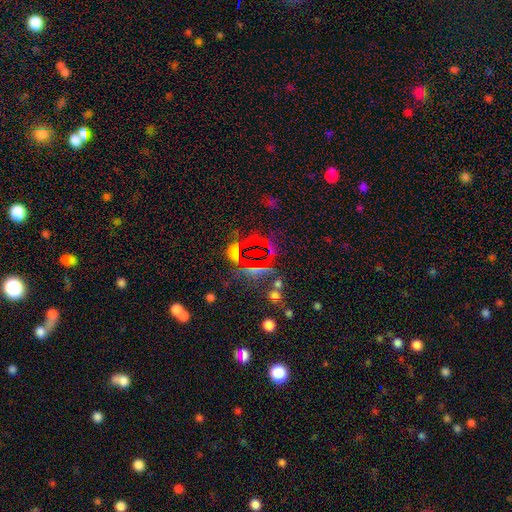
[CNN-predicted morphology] This is likely a star or artifact rather than a galaxy (69%).